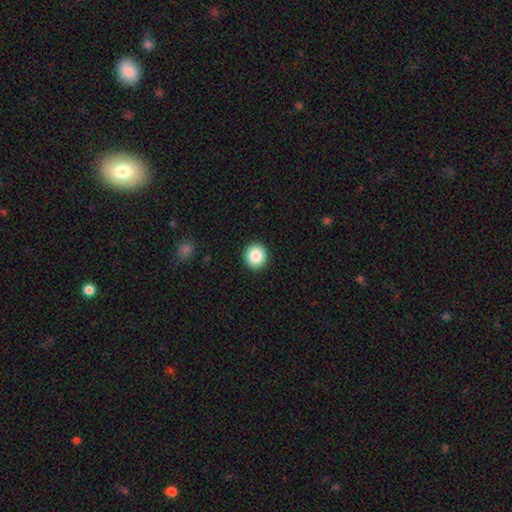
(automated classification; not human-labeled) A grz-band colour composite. It shows a smooth galaxy with no disk features (86%) that is round (91%). Merging: none (92%).